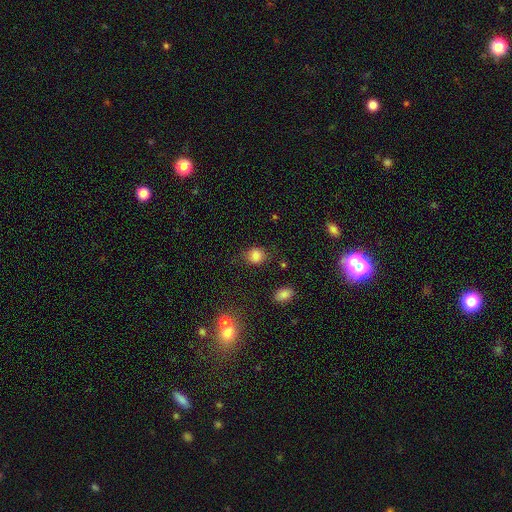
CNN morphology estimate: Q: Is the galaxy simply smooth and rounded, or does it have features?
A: smooth — 81%.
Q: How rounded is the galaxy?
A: round — 67%.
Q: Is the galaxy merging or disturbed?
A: none — 74%.